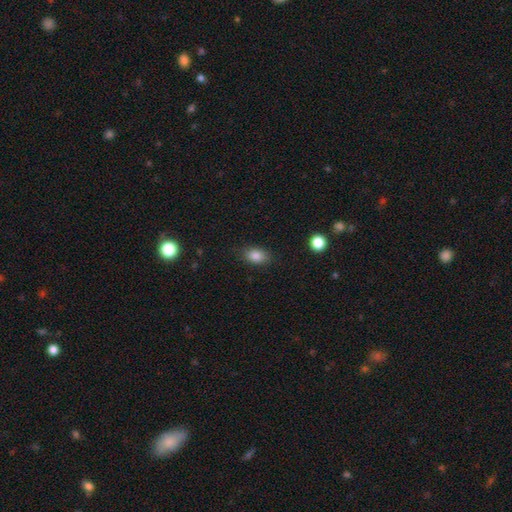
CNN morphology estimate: type=smooth (84%); roundness=in between (80%); merging=none (84%).